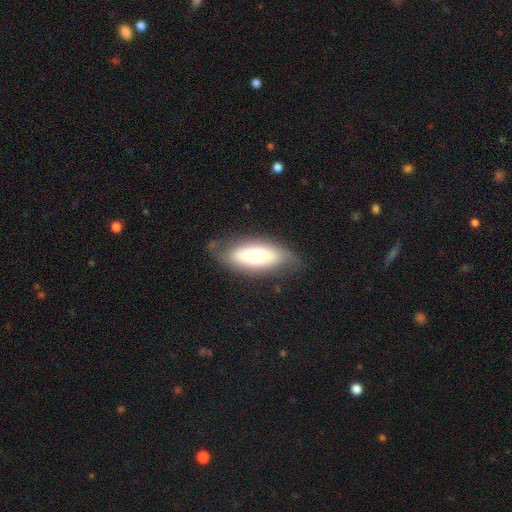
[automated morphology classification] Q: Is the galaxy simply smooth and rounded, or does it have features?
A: smooth — 60%.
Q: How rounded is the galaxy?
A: in between — 81%.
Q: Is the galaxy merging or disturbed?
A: none — 69%.